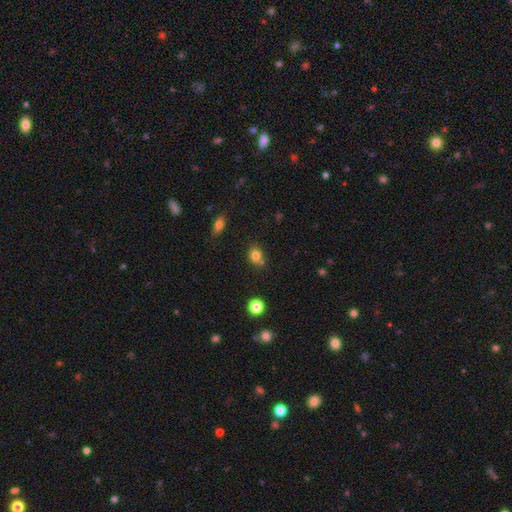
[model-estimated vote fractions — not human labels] The model was most divided on "how rounded": round: 71%, in between: 28%, cigar-shaped: 1%. More confident: smooth or featured — smooth (79%); merging — none (65%).